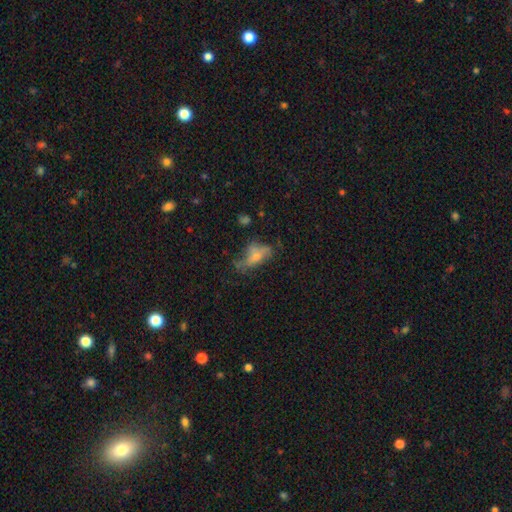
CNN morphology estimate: smooth_or_featured: smooth (p=0.52) [alt: featured or disk p=0.35]
how_rounded: in between (p=0.79) [alt: cigar-shaped p=0.15]
merging: none (p=0.37) [alt: major disturbance p=0.29]